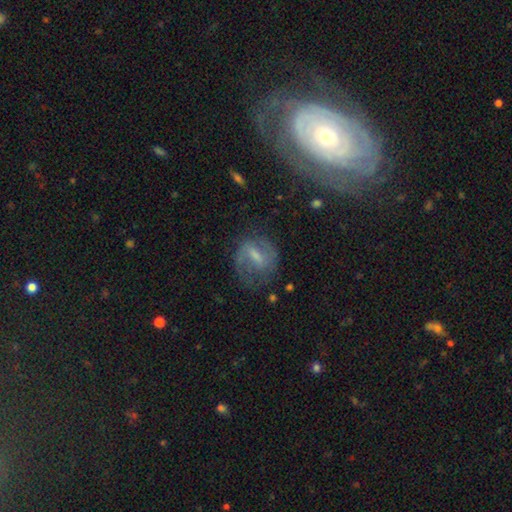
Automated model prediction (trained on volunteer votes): The model was most divided on "bulge size": small: 36%, moderate: 34%, none: 23%, large: 5%, dominant: 1%. Remaining: edge-on disk — no (96%); spiral arms — yes (80%); smooth or featured — featured or disk (64%); merging — none (58%); bar — weak (50%).